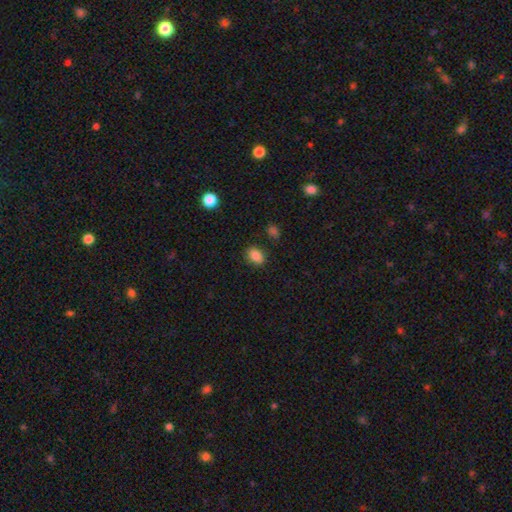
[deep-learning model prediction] Q: Smooth or featured?
A: smooth (85%); runner-up: star or artifact (10%)
Q: How rounded?
A: in between (70%); runner-up: round (29%)
Q: Merging?
A: none (84%); runner-up: minor disturbance (11%)